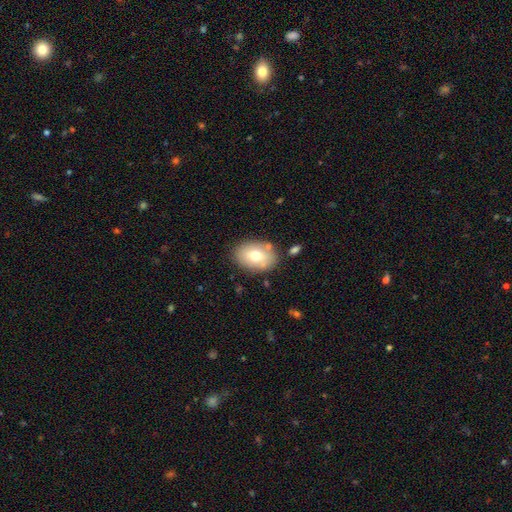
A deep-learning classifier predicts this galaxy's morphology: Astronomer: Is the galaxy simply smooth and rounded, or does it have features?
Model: smooth — 71%.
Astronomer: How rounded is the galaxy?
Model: in between — 78%.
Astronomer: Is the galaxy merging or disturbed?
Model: none — 81%.